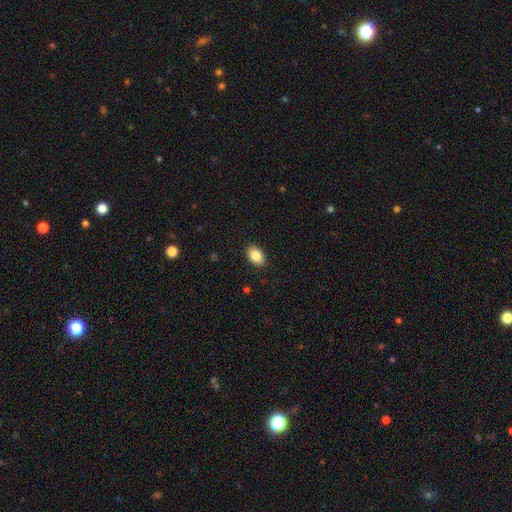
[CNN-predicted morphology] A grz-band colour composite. It shows a smooth galaxy with no disk features (86%) that is in between round and cigar-shaped (88%). Merging: none (90%).